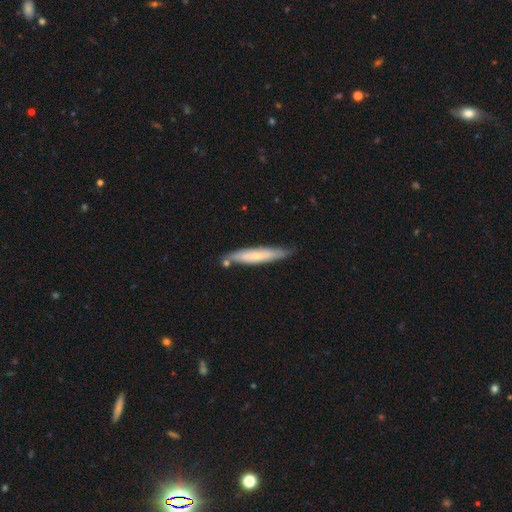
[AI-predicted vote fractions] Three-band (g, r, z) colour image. It shows a smooth galaxy with no disk features (56%) that is cigar-shaped (88%). Merging: none (73%).